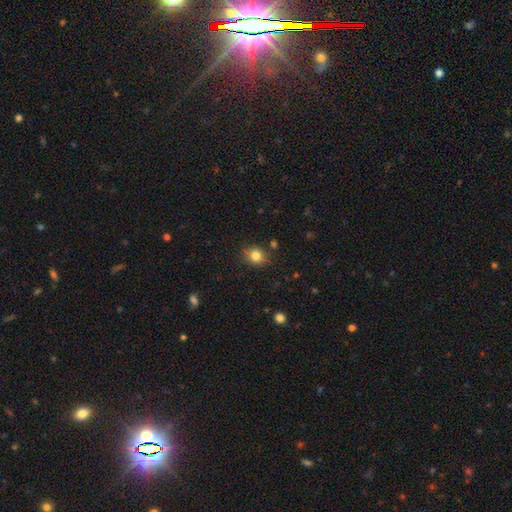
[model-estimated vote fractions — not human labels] Smooth or featured? Predicted: smooth (p=0.80). How rounded? Predicted: round (p=0.73). Merging? Predicted: none (p=0.78).